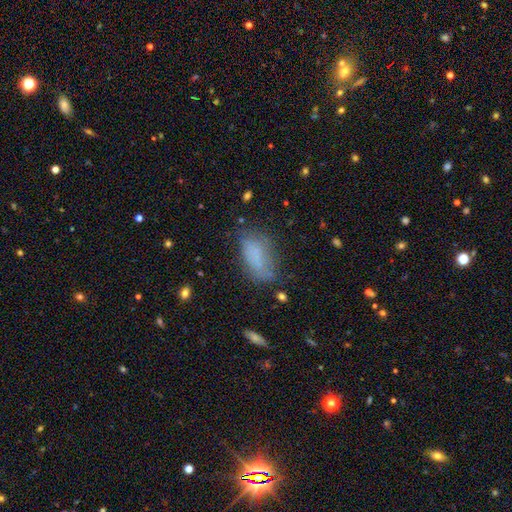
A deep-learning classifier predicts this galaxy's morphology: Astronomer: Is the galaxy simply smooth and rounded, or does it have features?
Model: smooth — 76%.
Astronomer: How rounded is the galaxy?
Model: in between — 89%.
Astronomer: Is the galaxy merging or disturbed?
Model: none — 55%.